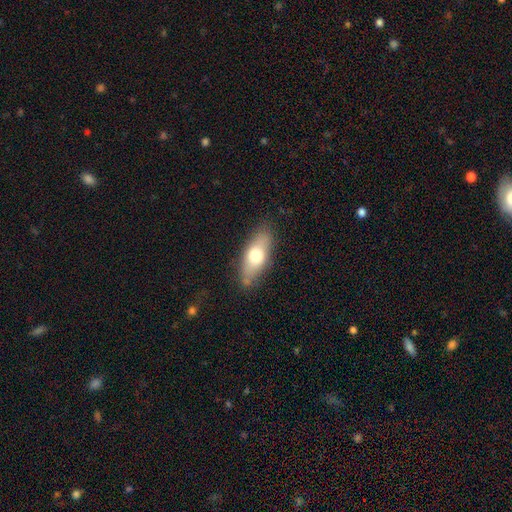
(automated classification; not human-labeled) smooth 67%, featured or disk 26%, star or artifact 7%. Down the decision tree: how rounded — in between (72%); merging — none (80%).